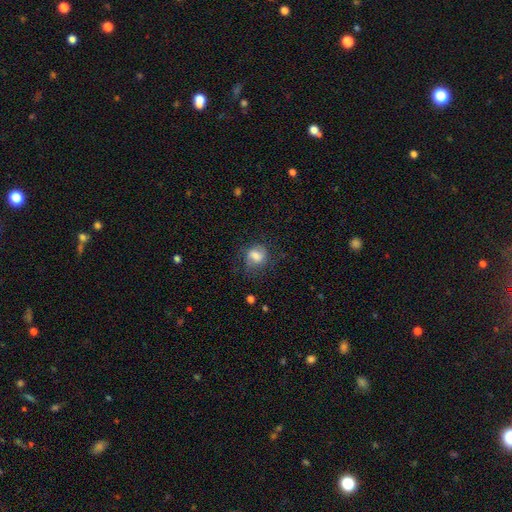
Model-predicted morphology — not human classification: Smooth or featured: smooth — 69% (featured or disk — 21%)
How rounded: round — 55% (in between — 43%)
Merging: none — 58% (minor disturbance — 25%)